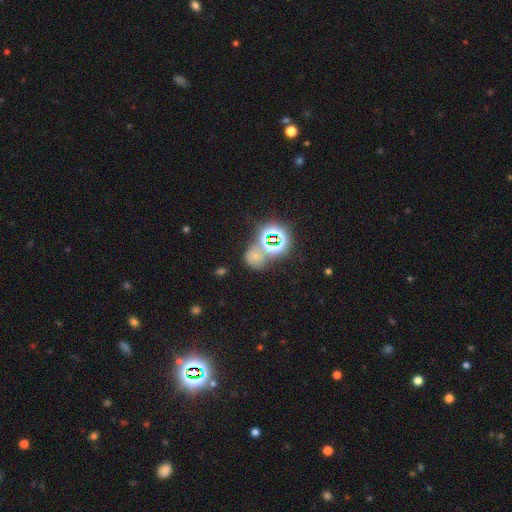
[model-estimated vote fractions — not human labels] Smooth or featured? star or artifact (48%)